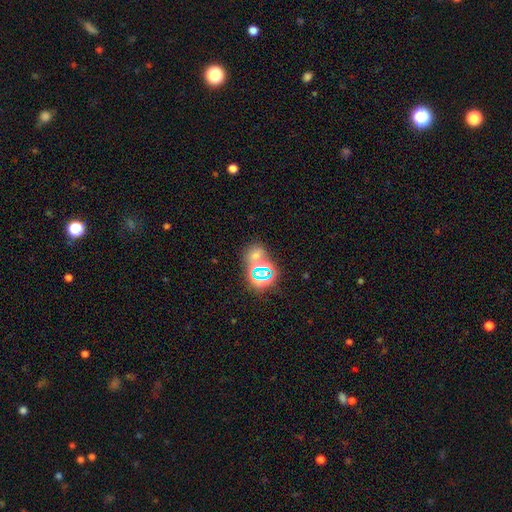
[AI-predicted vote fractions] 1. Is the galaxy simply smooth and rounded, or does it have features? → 59% star or artifact, 31% smooth, 10% featured or disk.